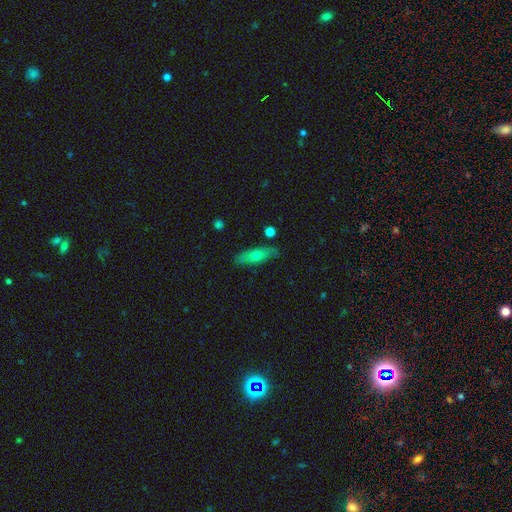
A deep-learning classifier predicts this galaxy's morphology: smooth 60%, featured or disk 33%, star or artifact 7%. Down the decision tree: how rounded — in between (48%, tied with cigar-shaped); merging — none (82%).